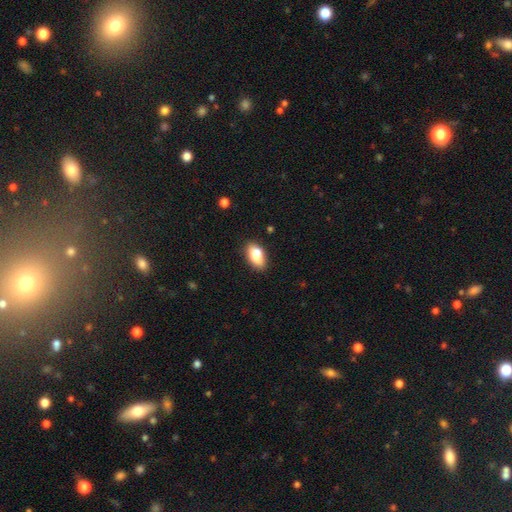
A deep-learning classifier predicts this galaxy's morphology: smooth_or_featured: smooth (p=0.83) [alt: featured or disk p=0.09]
how_rounded: in between (p=0.90) [alt: round p=0.06]
merging: none (p=0.78) [alt: minor disturbance p=0.17]